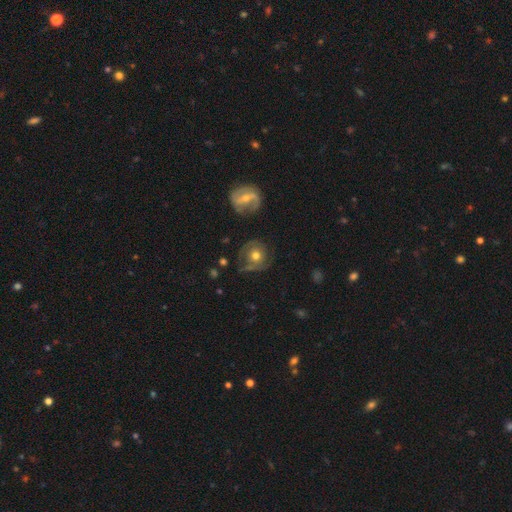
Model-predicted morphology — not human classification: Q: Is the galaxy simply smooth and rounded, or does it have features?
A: featured or disk — 47%.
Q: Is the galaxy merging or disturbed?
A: none — 63%.